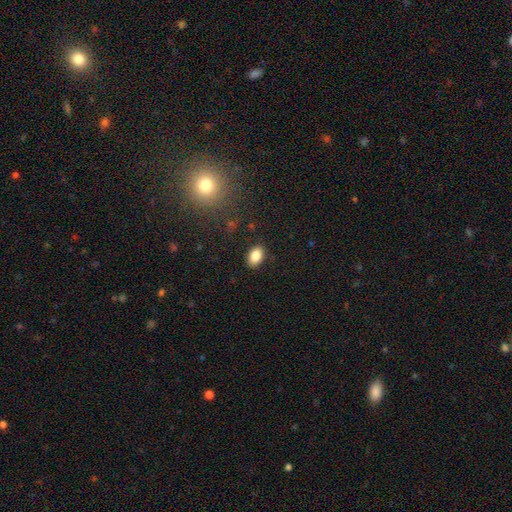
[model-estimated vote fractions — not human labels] This appears to be a smooth galaxy with no disk features (85%) that is in between round and cigar-shaped (88%). Merging: none (88%).